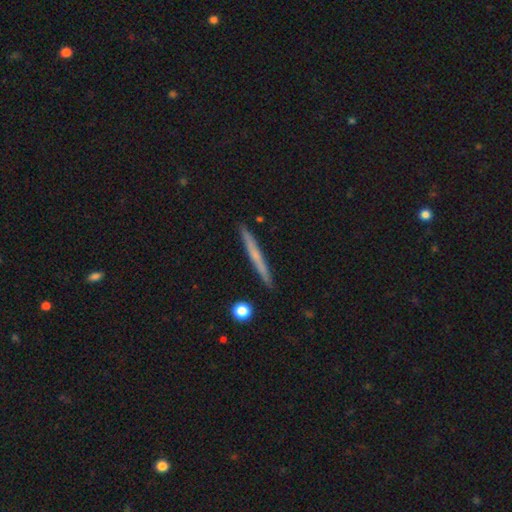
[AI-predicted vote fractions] Q: Smooth or featured?
A: featured or disk (49%); runner-up: smooth (44%)
Q: Merging?
A: none (91%); runner-up: minor disturbance (6%)